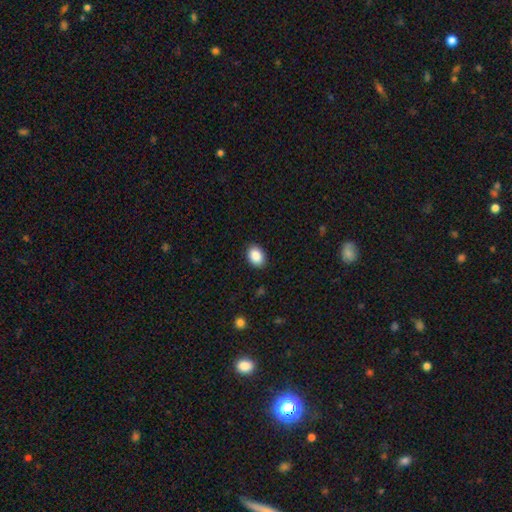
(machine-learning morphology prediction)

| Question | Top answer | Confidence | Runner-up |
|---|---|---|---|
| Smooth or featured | smooth | 88% | star or artifact (8%) |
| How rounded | in between | 76% | round (23%) |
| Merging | none | 89% | minor disturbance (8%) |